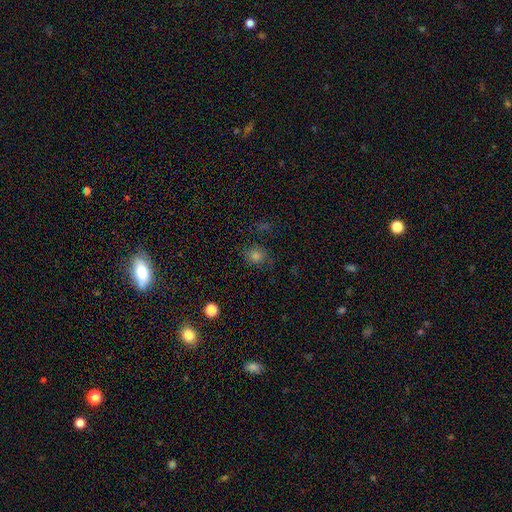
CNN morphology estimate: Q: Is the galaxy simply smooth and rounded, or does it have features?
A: smooth — 61%.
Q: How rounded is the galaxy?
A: round — 70%.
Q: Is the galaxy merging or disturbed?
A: none — 75%.